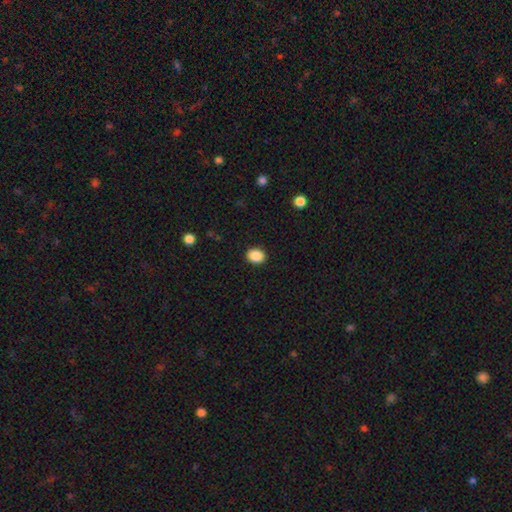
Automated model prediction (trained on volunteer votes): Q: Smooth or featured?
A: smooth (89%); runner-up: star or artifact (8%)
Q: How rounded?
A: in between (51%); runner-up: round (48%)
Q: Merging?
A: none (91%); runner-up: minor disturbance (6%)